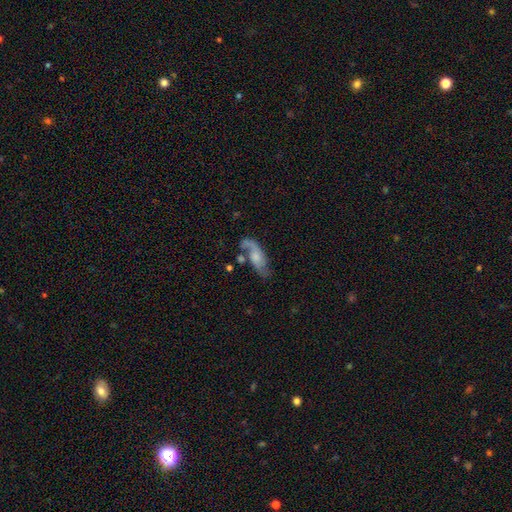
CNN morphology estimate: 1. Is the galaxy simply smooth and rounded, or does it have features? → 69% featured or disk, 24% smooth, 7% star or artifact.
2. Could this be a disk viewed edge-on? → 91% no, 9% yes.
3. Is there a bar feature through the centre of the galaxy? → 64% no, 30% weak, 6% strong.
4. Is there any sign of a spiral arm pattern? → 90% yes, 10% no.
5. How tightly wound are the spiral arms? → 58% loose, 32% medium, 10% tight.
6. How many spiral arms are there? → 71% 2, 20% 1, 6% can't tell, 1% 3, 1% 4, 1% more than 4.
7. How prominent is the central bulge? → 37% moderate, 34% small, 17% none, 10% large, 2% dominant.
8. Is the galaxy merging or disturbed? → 48% none, 20% minor disturbance, 18% major disturbance, 14% merger.